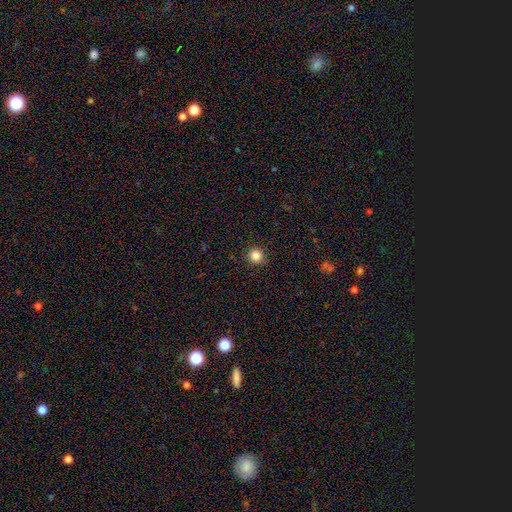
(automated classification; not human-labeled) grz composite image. It shows a smooth galaxy with no disk features (85%) that is round (94%). Merging: none (92%).